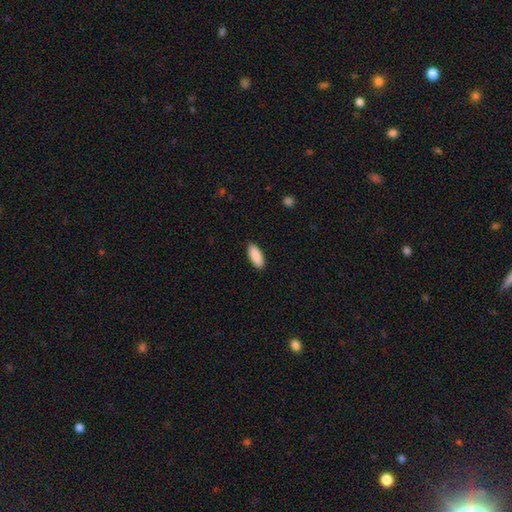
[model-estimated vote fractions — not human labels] This appears to be a smooth galaxy with no disk features (91%) that is in between round and cigar-shaped (78%). Merging: none (90%).